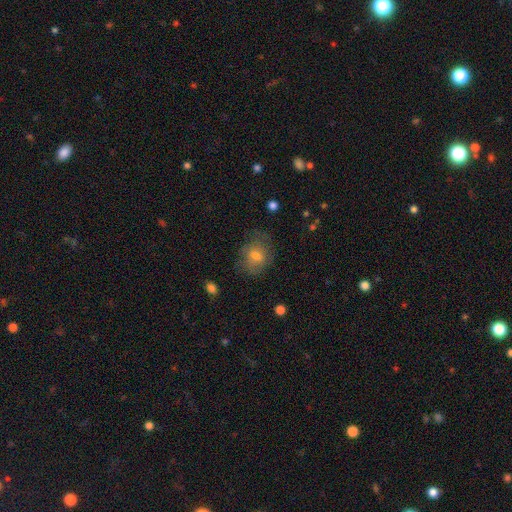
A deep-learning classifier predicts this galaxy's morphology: Smooth or featured: smooth — 68% (featured or disk — 23%)
How rounded: round — 52% (in between — 47%)
Merging: none — 61% (minor disturbance — 24%)